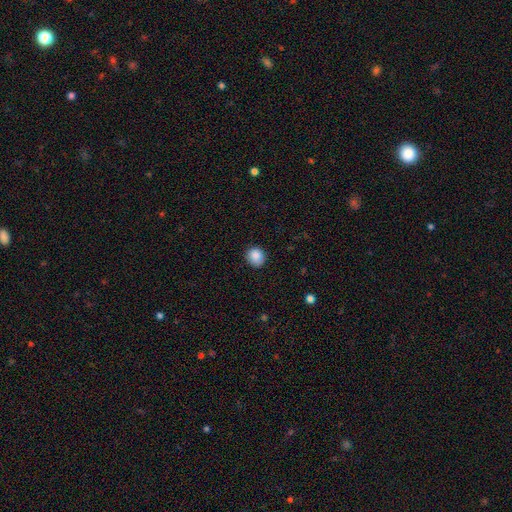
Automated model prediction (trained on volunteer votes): Smooth or featured? Predicted: smooth (p=0.87). How rounded? Predicted: round (p=0.85). Merging? Predicted: none (p=0.83).